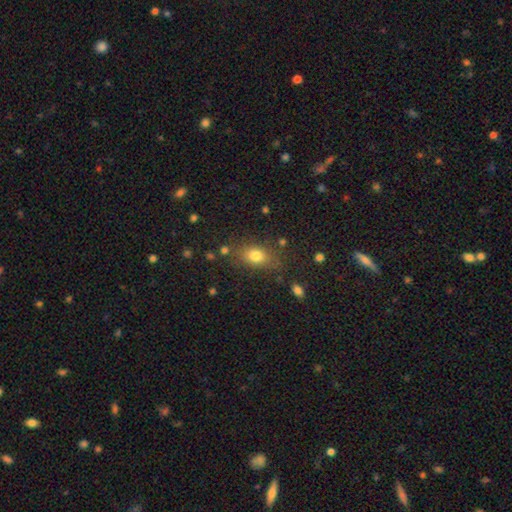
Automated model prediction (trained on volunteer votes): Q: Smooth or featured?
A: smooth (78%); runner-up: star or artifact (12%)
Q: How rounded?
A: in between (73%); runner-up: round (24%)
Q: Merging?
A: none (74%); runner-up: minor disturbance (16%)